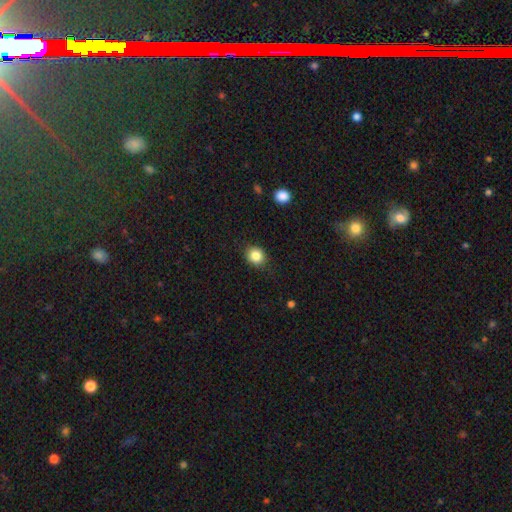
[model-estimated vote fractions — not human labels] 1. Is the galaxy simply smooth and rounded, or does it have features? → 85% smooth, 10% star or artifact, 5% featured or disk.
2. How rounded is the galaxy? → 75% round, 24% in between, 1% cigar-shaped.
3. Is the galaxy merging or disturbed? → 86% none, 10% minor disturbance, 3% major disturbance, 1% merger.